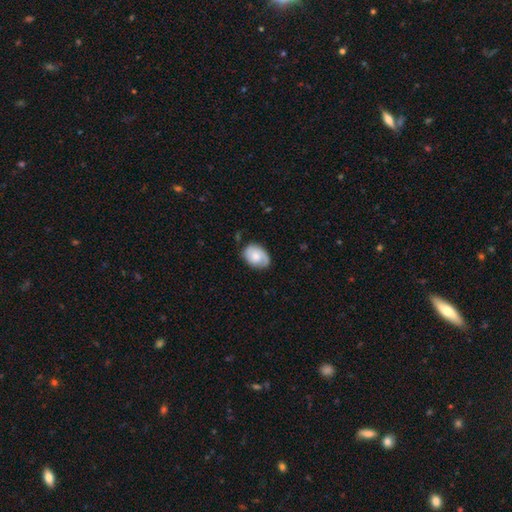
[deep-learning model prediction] A smooth galaxy with no disk features (55%) that is in between round and cigar-shaped (76%). Merging: none (70%).